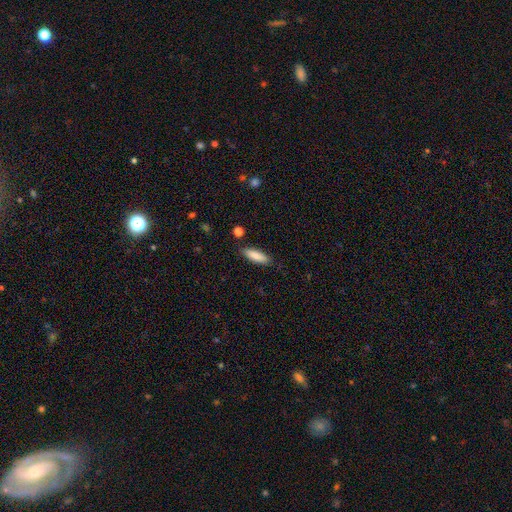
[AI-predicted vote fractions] Morphology: type=smooth (86%); roundness=cigar-shaped (54%); merging=none (86%).